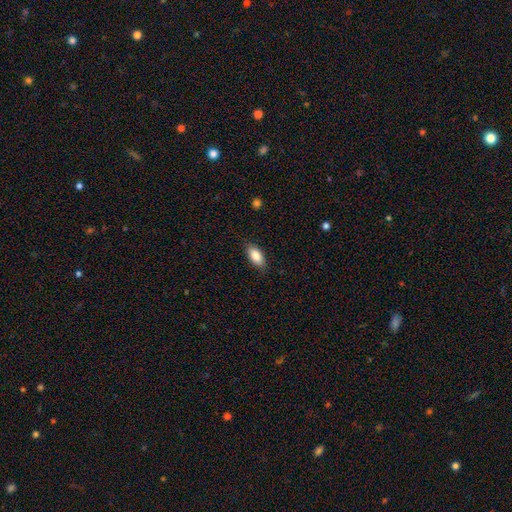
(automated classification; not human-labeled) This is clearly a smooth galaxy (85%). How rounded: clearly in between (89%). Merging: clearly none (85%).